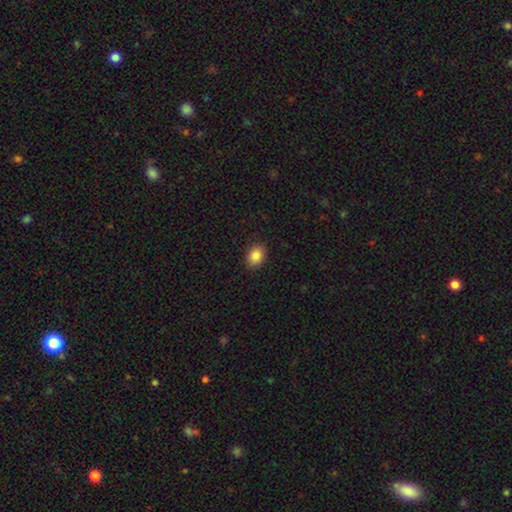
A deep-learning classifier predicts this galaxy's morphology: This appears to be a smooth galaxy with no disk features (88%) that is in between round and cigar-shaped (66%). Merging: none (89%).